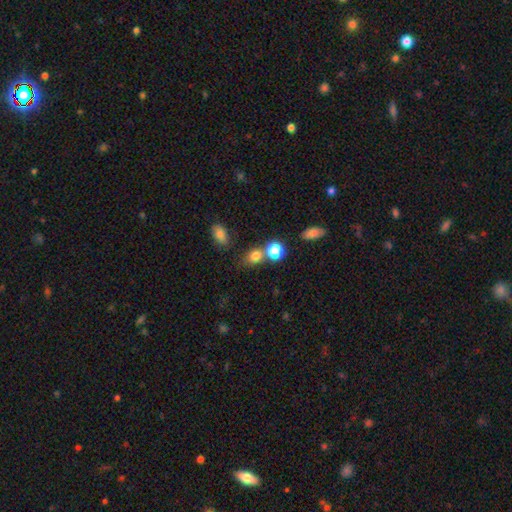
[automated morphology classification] smooth-or-featured: smooth: 76% | star or artifact: 16% | featured or disk: 8%
  how-rounded: round: 58% | in between: 41% | cigar-shaped: 2%
  merging: none: 59% | merger: 24% | minor disturbance: 12% | major disturbance: 5%